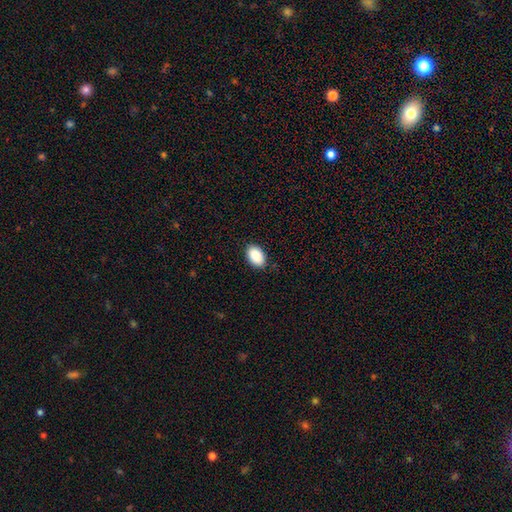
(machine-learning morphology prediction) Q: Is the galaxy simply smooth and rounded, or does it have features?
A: smooth — 91%.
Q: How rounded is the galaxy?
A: in between — 92%.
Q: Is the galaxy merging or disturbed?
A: none — 88%.